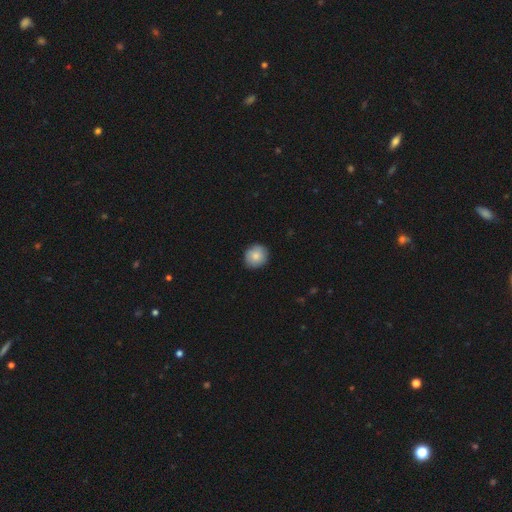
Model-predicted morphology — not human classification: smooth 84%, featured or disk 9%, star or artifact 7%. Down the decision tree: how rounded — round (86%); merging — none (88%).